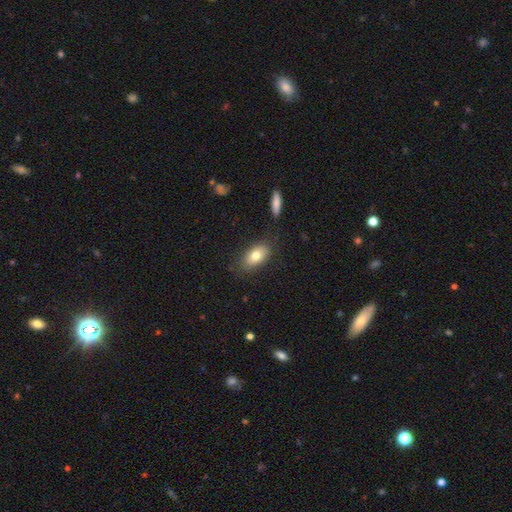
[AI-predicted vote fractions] Smooth or featured?
  - smooth: 76% *
  - featured or disk: 16%
  - star or artifact: 8%
How rounded?
  - in between: 88% *
  - round: 7%
  - cigar-shaped: 4%
Merging?
  - none: 79% *
  - minor disturbance: 14%
  - major disturbance: 4%
  - merger: 3%